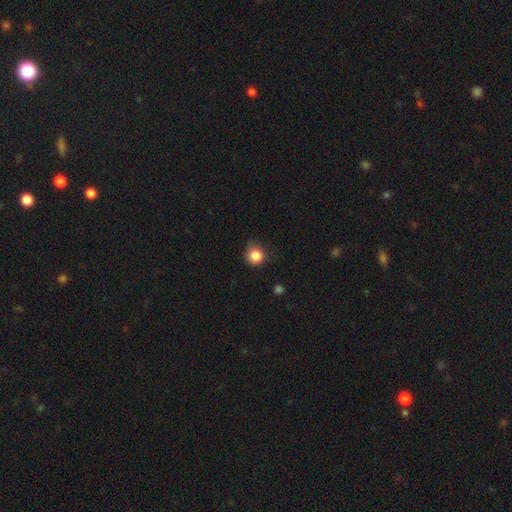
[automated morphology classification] Smooth or featured? Predicted: smooth (p=0.85). How rounded? Predicted: round (p=0.92). Merging? Predicted: none (p=0.77).